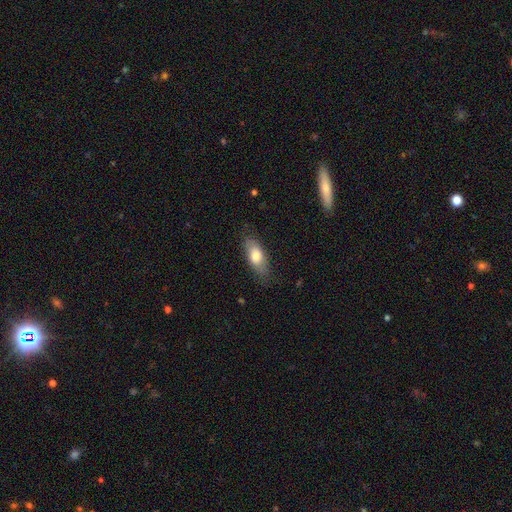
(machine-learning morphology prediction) This is likely a smooth galaxy (74%). How rounded: clearly in between (81%). Merging: likely none (74%).